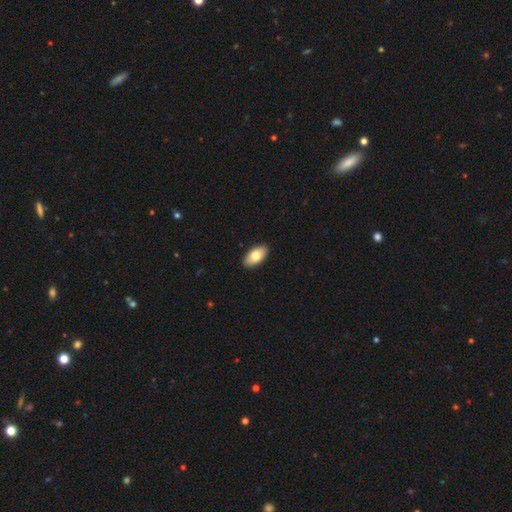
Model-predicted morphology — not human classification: smooth_or_featured: smooth (p=0.78) [alt: featured or disk p=0.16]
how_rounded: in between (p=0.95) [alt: round p=0.03]
merging: none (p=0.90) [alt: minor disturbance p=0.07]